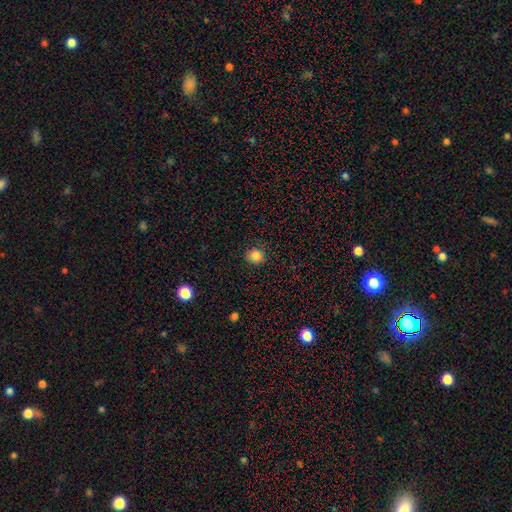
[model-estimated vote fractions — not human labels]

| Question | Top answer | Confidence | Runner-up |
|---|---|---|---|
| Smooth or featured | smooth | 85% | star or artifact (12%) |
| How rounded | round | 90% | in between (9%) |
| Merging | none | 87% | minor disturbance (9%) |